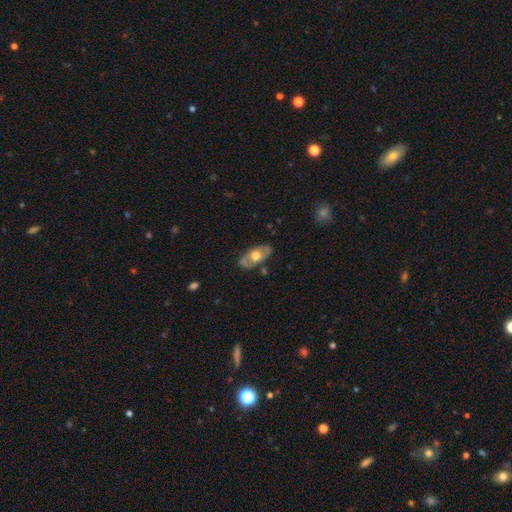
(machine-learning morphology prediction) The model was most divided on "smooth or featured": featured or disk: 54%, smooth: 40%, star or artifact: 5%. More confident: edge-on disk — no (82%); merging — none (77%).